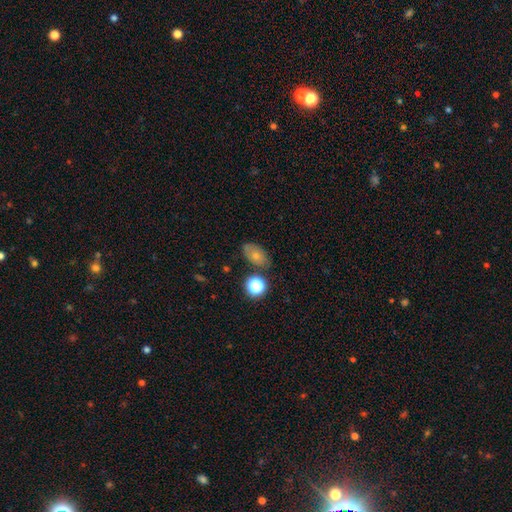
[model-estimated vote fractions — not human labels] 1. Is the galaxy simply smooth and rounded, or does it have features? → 68% smooth, 19% featured or disk, 14% star or artifact.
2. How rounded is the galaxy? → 81% in between, 17% round, 2% cigar-shaped.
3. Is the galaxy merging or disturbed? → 68% none, 20% minor disturbance, 7% merger, 6% major disturbance.